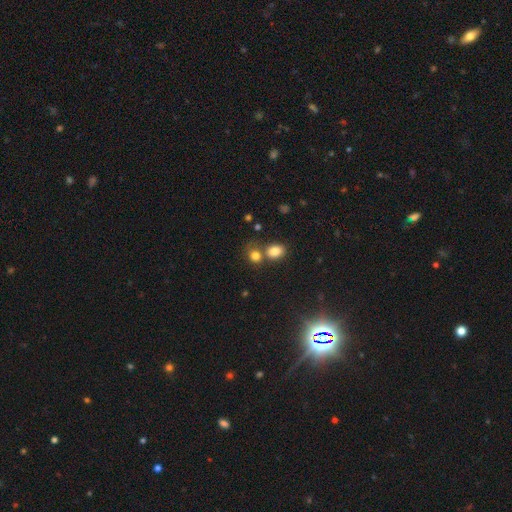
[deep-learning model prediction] This is clearly a smooth galaxy (80%). How rounded: likely round (61%). Merging: possibly none (47%).